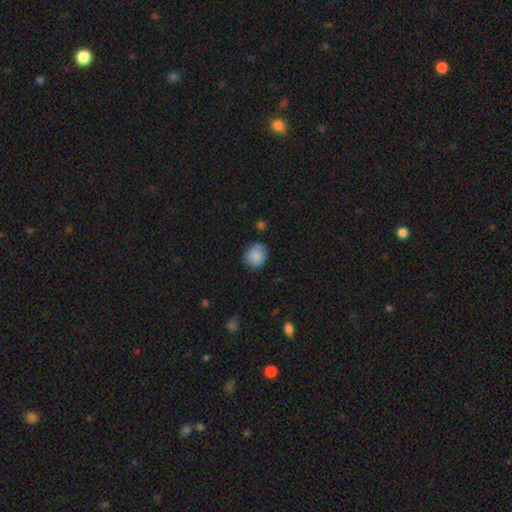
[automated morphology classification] A smooth galaxy with no disk features (87%) that is round (74%).

Vote fractions:
- Smooth or featured? smooth: 87% / star or artifact: 8% / featured or disk: 5%
- How rounded? round: 74% / in between: 25% / cigar-shaped: 1%
- Merging? none: 75% / minor disturbance: 19% / major disturbance: 4% / merger: 2%